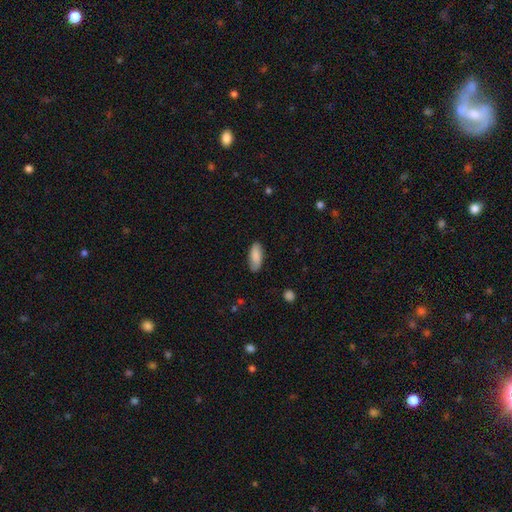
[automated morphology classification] Smooth or featured? Predicted: smooth (p=0.84). How rounded? Predicted: in between (p=0.81). Merging? Predicted: none (p=0.82).